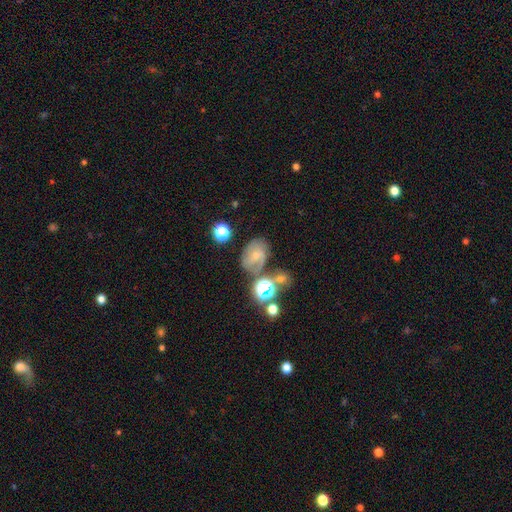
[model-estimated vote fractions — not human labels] Smooth or featured: featured or disk — 50% (smooth — 32%)
Edge-on disk: no — 97% (yes — 3%)
Merging: none — 55% (minor disturbance — 20%)